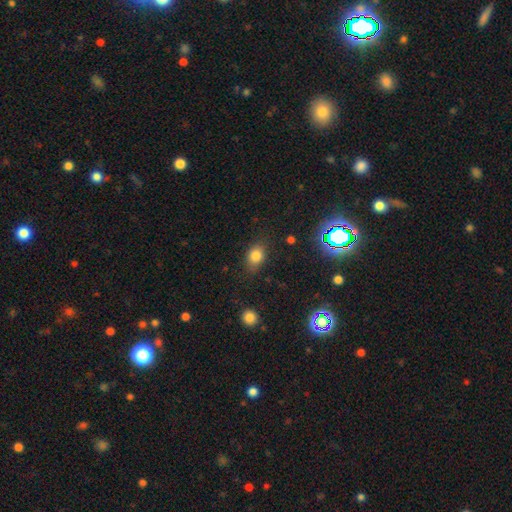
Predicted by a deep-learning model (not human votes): smooth_or_featured: smooth (p=0.80) [alt: star or artifact p=0.13]
how_rounded: in between (p=0.65) [alt: round p=0.33]
merging: none (p=0.77) [alt: minor disturbance p=0.16]